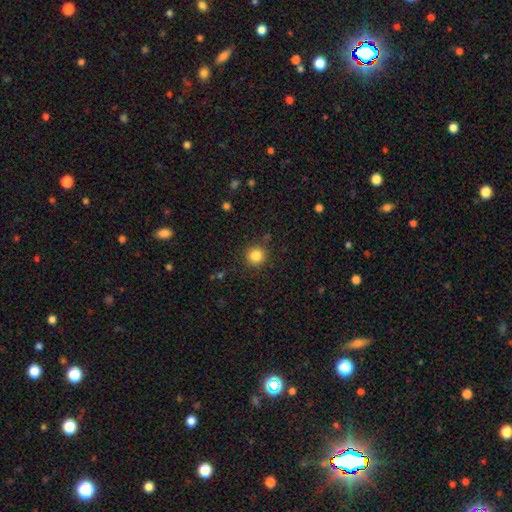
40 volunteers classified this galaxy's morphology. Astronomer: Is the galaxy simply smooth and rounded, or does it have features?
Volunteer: smooth — 78%.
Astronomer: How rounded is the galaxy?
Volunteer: round — 97%.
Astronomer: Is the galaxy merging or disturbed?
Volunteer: none — 86%.